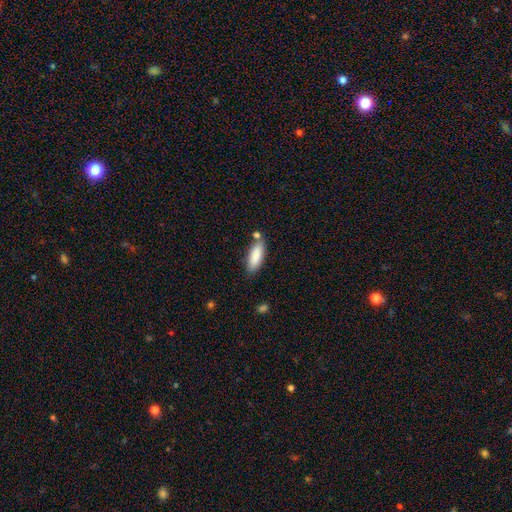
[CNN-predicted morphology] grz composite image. It shows a smooth galaxy with no disk features (87%) that is in between round and cigar-shaped (69%). Merging: none (69%).